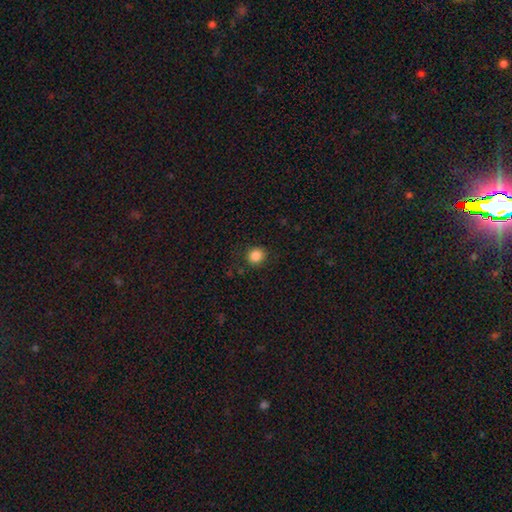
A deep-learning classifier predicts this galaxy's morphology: This appears to be a smooth galaxy with no disk features (86%) that is round (81%). Merging: none (88%).